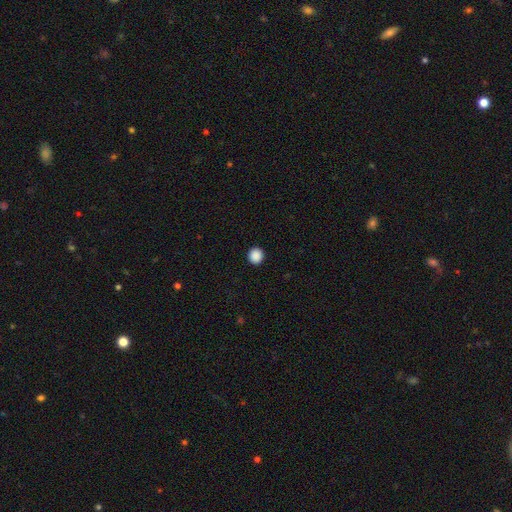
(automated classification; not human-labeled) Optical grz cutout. It shows a smooth galaxy with no disk features (89%) that is round (93%). Merging: none (93%).